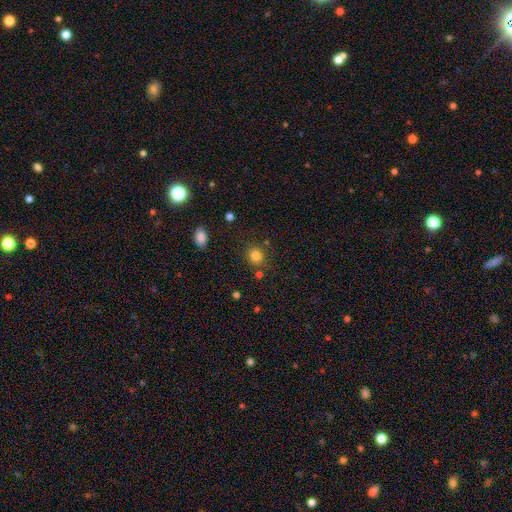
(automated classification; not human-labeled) Smooth or featured: smooth — 82% (star or artifact — 12%)
How rounded: round — 81% (in between — 18%)
Merging: none — 78% (minor disturbance — 12%)